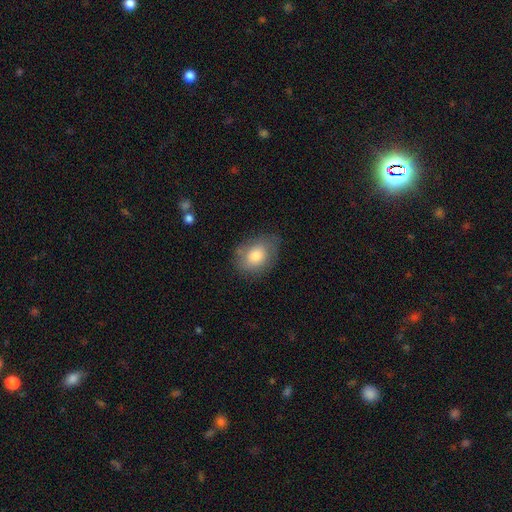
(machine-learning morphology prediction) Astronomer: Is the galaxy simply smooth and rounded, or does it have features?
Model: smooth — 77%.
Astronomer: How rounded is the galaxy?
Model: in between — 66%.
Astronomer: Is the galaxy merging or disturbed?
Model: none — 70%.